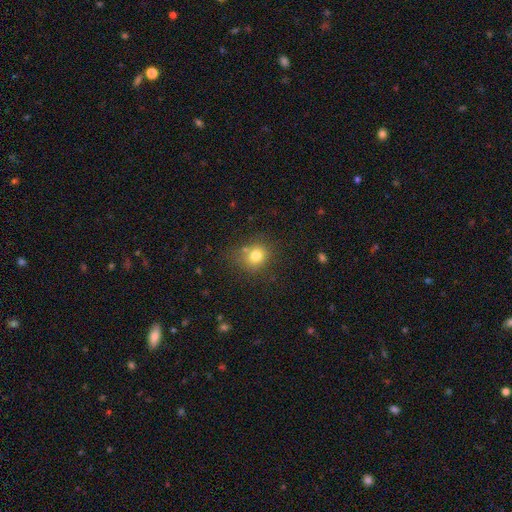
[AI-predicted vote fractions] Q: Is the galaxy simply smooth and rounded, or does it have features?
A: smooth — 78%.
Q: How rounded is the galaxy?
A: round — 74%.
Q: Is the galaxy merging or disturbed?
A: none — 68%.